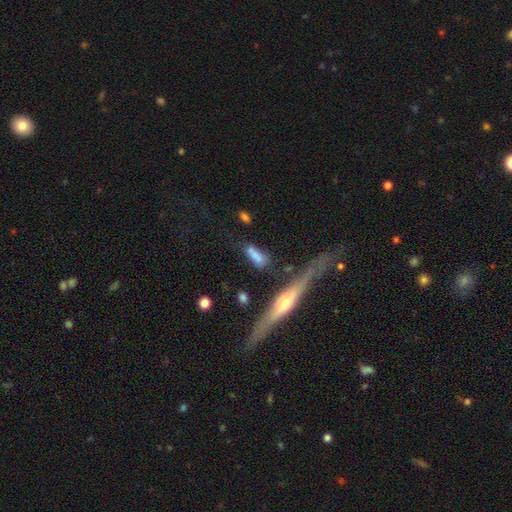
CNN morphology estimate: Smooth or featured? Predicted: smooth (p=0.66). How rounded? Predicted: in between (p=0.59). Merging? Predicted: none (p=0.46).